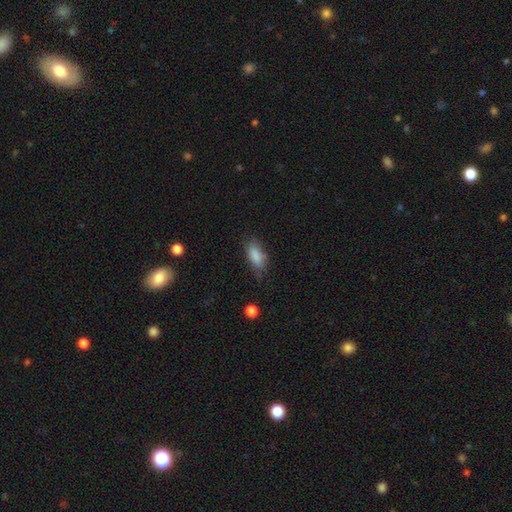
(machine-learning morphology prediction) A smooth galaxy with no disk features (86%) that is in between round and cigar-shaped (85%).

Vote fractions:
- Smooth or featured? smooth: 86% / star or artifact: 8% / featured or disk: 7%
- How rounded? in between: 85% / cigar-shaped: 12% / round: 3%
- Merging? none: 64% / minor disturbance: 27% / major disturbance: 7% / merger: 2%